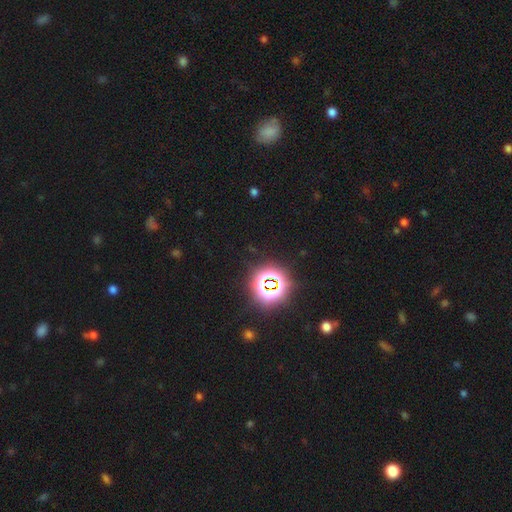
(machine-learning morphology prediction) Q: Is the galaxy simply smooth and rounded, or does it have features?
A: star or artifact — 81%.